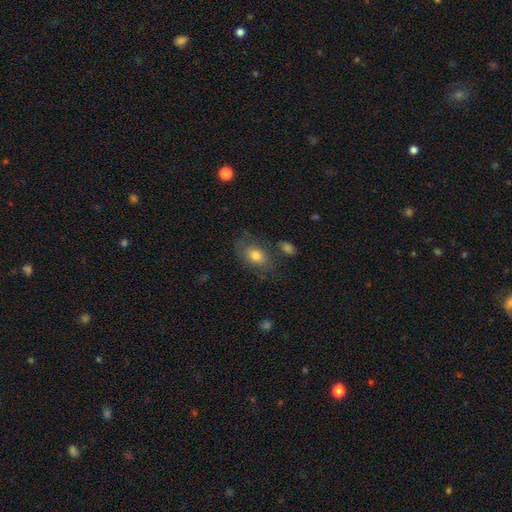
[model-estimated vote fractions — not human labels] smooth_or_featured: smooth (p=0.75) [alt: featured or disk p=0.17]
how_rounded: in between (p=0.84) [alt: round p=0.14]
merging: none (p=0.64) [alt: minor disturbance p=0.21]